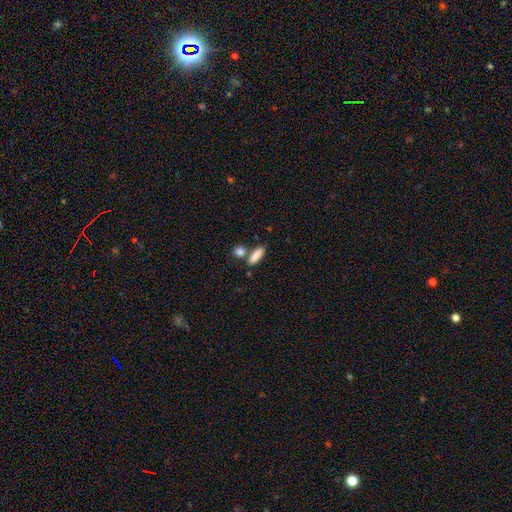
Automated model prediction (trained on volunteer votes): smooth-or-featured: smooth: 86% | star or artifact: 7% | featured or disk: 6%
  how-rounded: in between: 54% | cigar-shaped: 40% | round: 6%
  merging: none: 66% | merger: 18% | minor disturbance: 12% | major disturbance: 4%